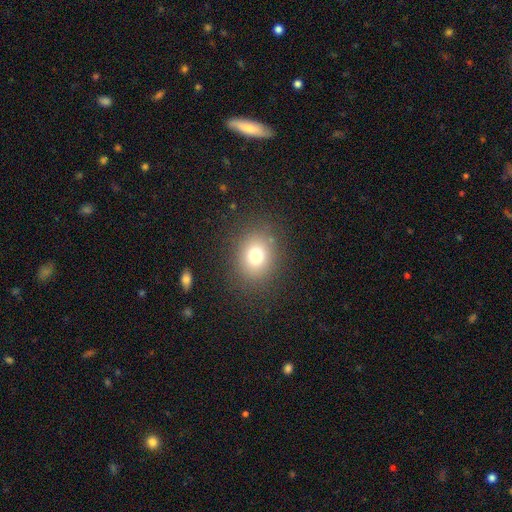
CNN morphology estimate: Smooth or featured?
  - smooth: 75% *
  - star or artifact: 15%
  - featured or disk: 10%
How rounded?
  - round: 64% *
  - in between: 35%
  - cigar-shaped: 1%
Merging?
  - none: 85% *
  - minor disturbance: 9%
  - major disturbance: 5%
  - merger: 1%